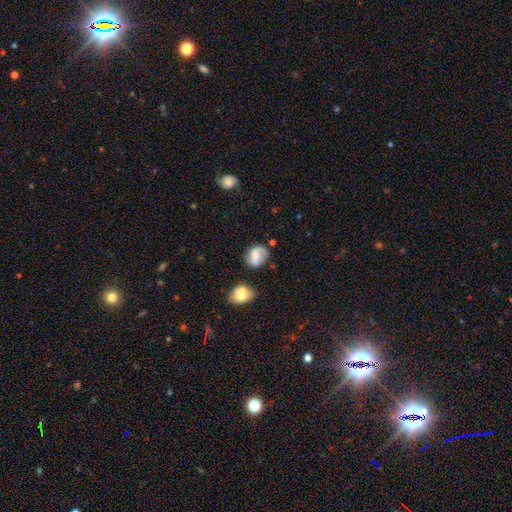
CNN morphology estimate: smooth-or-featured: smooth: 51% | featured or disk: 41% | star or artifact: 8%
  how-rounded: round: 52% | in between: 46% | cigar-shaped: 2%
  merging: none: 63% | minor disturbance: 22% | major disturbance: 8% | merger: 7%